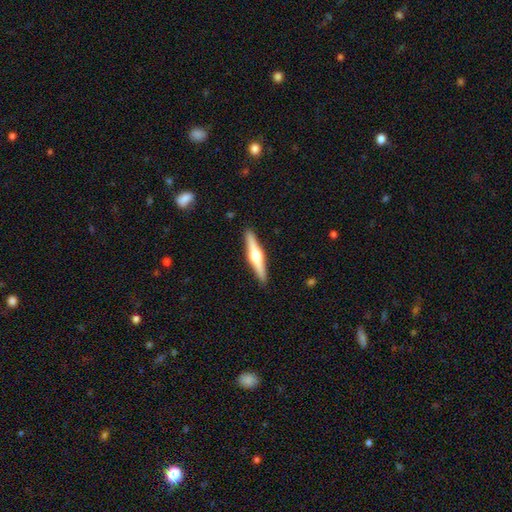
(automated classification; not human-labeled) smooth-or-featured: featured or disk: 71% | smooth: 24% | star or artifact: 5%
  disk-edge-on: yes: 98% | no: 2%
    edge-on-bulge: rounded: 95% | boxy: 3% | none: 2%
  merging: none: 91% | minor disturbance: 6% | major disturbance: 1% | merger: 1%